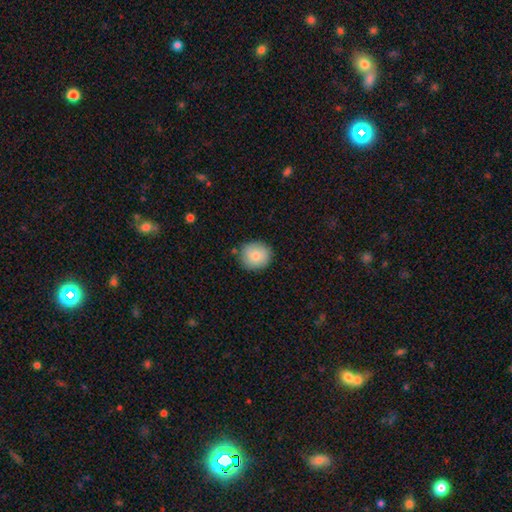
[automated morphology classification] Smooth or featured? Predicted: smooth (p=0.83). How rounded? Predicted: round (p=0.88). Merging? Predicted: none (p=0.85).